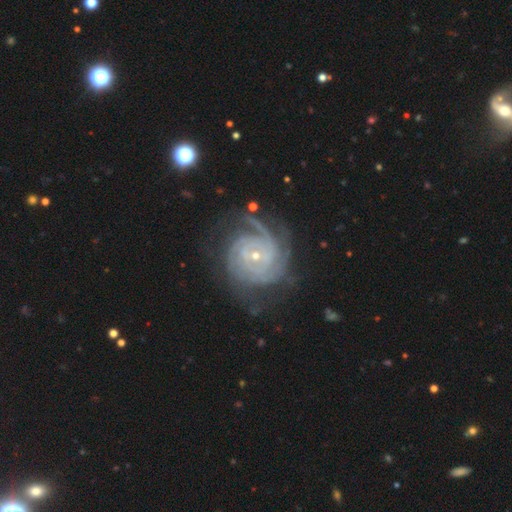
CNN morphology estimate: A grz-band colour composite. It shows a featured or disk galaxy (90%) with no bar (60%), 3 (24%) tight (76%) spiral arms (98%) and a small central bulge (76%). Merging: none (68%).